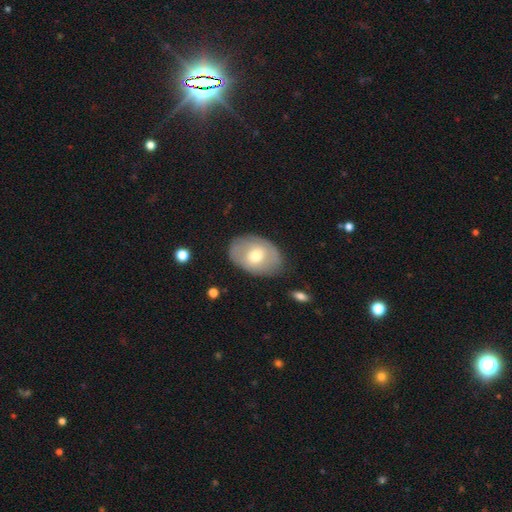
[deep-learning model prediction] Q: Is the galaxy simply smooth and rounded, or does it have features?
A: smooth — 55%.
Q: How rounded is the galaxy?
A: in between — 85%.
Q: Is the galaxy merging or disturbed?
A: none — 76%.